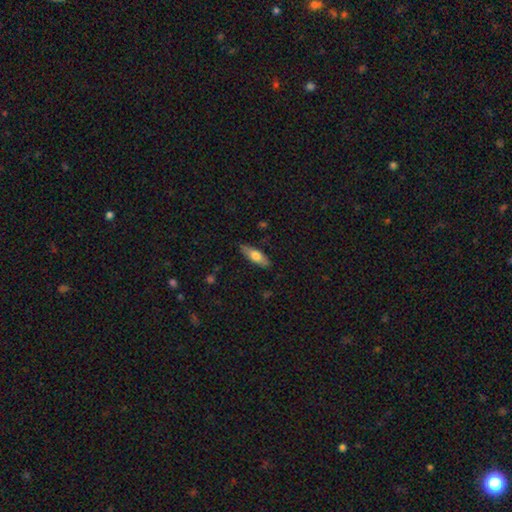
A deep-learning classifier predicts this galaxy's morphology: smooth_or_featured: smooth (p=0.67) [alt: featured or disk p=0.27]
how_rounded: in between (p=0.62) [alt: cigar-shaped p=0.36]
merging: none (p=0.84) [alt: minor disturbance p=0.12]